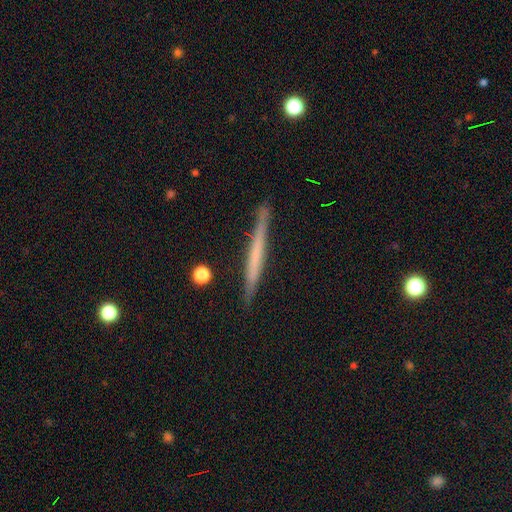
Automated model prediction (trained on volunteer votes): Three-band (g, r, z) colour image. It shows a featured or disk galaxy (51%) viewed edge-on (97%). Merging: none (89%).